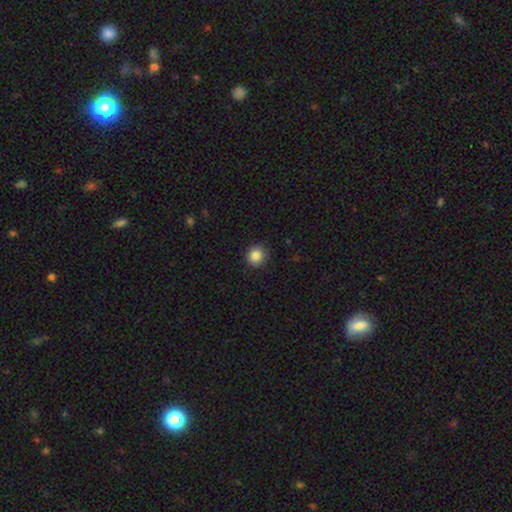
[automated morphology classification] The model was most divided on "smooth or featured": smooth: 86%, star or artifact: 9%, featured or disk: 5%. More confident: how rounded — round (91%); merging — none (89%).